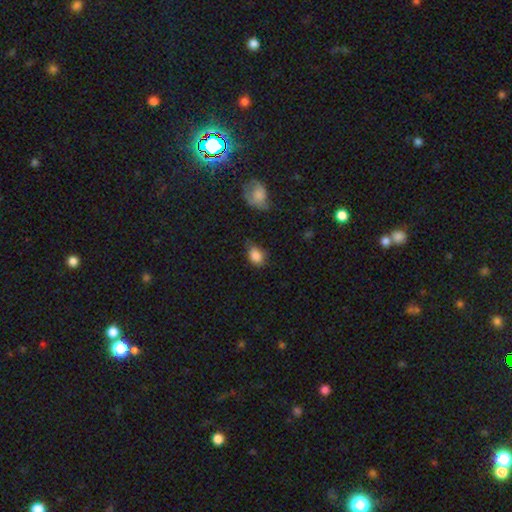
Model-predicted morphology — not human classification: The model was most divided on "merging": none: 58%, minor disturbance: 32%, major disturbance: 7%, merger: 3%. More confident: smooth or featured — smooth (85%); how rounded — in between (72%).